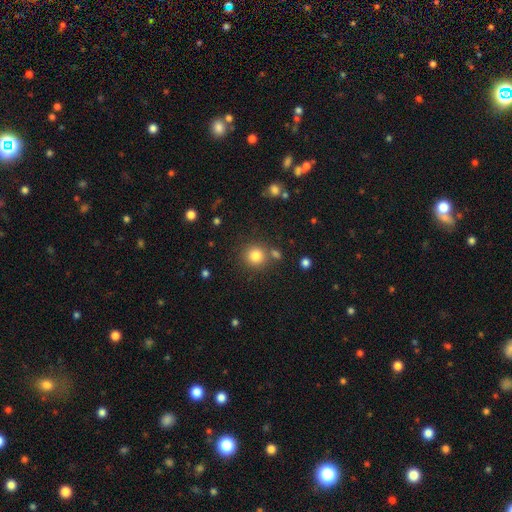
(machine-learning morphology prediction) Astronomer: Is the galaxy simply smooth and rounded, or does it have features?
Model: smooth — 82%.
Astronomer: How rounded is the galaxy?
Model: round — 92%.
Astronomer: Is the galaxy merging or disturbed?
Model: none — 78%.